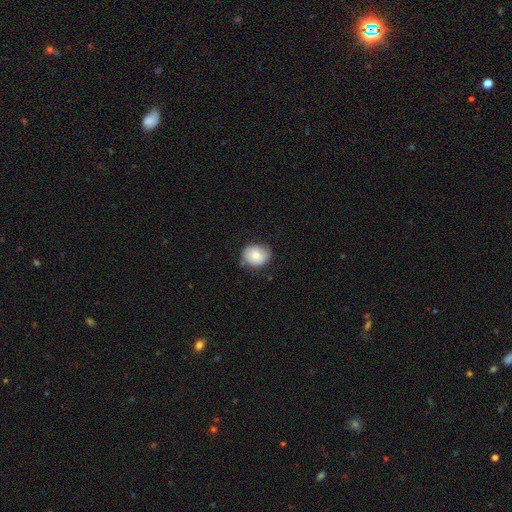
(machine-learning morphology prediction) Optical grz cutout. It shows a smooth galaxy with no disk features (80%) that is round (62%). Merging: none (73%).